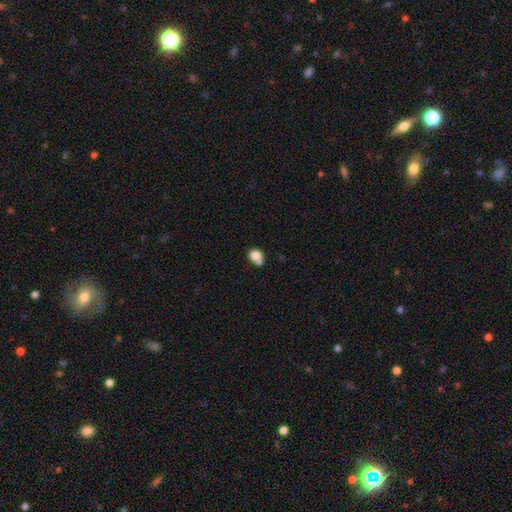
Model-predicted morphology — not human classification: This is likely a smooth galaxy (80%). How rounded: likely round (64%). Merging: marginally none (43%).